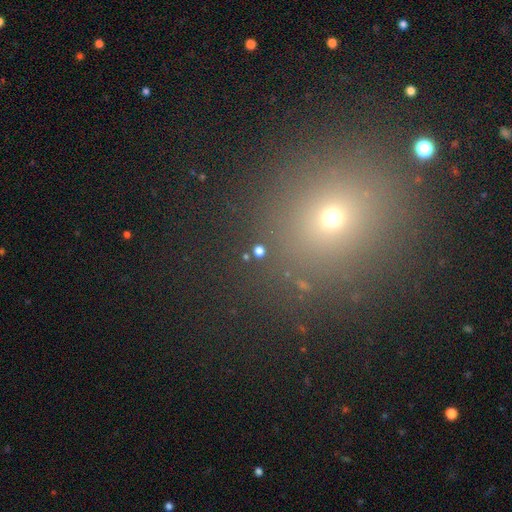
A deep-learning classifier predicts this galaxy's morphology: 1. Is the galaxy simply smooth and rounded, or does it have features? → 56% smooth, 35% star or artifact, 9% featured or disk.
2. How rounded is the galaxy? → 81% round, 18% in between, 1% cigar-shaped.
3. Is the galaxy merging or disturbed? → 87% none, 7% minor disturbance, 3% major disturbance, 2% merger.